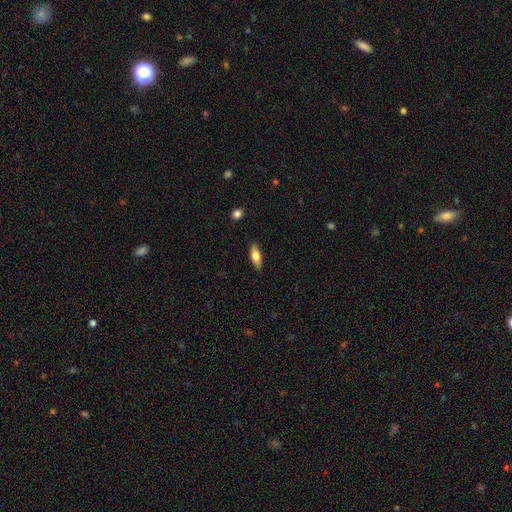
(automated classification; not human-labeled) Overall: smooth (75%). How rounded: in between (68%; cigar-shaped 29%). Merging: none (86%).